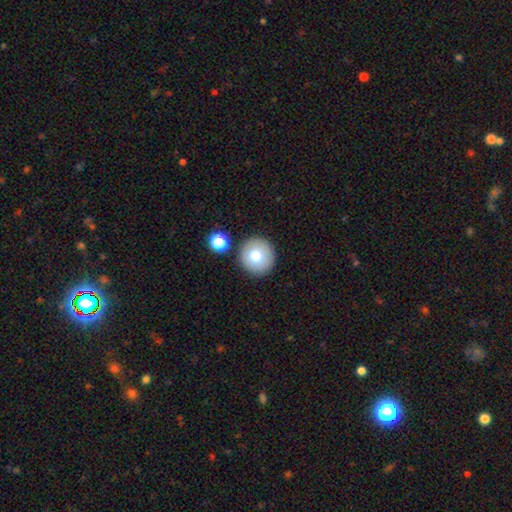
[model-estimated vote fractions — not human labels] This appears to be a smooth galaxy with no disk features (78%) that is round (94%). Merging: none (85%).